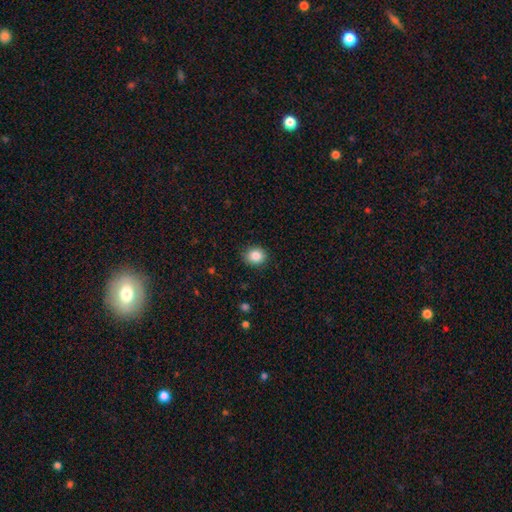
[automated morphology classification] type=smooth (85%); roundness=round (74%); merging=none (89%).